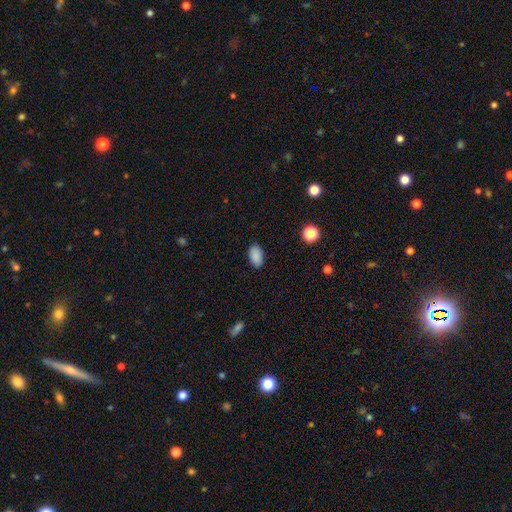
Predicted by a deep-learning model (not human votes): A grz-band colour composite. It shows a smooth galaxy with no disk features (88%) that is in between round and cigar-shaped (93%). Merging: none (88%).